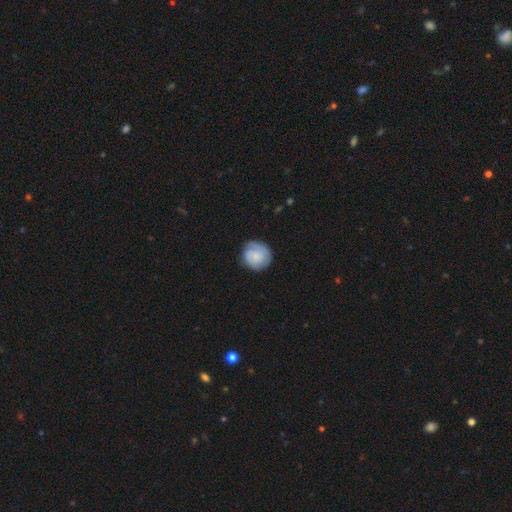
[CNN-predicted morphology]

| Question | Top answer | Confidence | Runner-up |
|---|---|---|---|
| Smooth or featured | featured or disk | 51% | smooth (43%) |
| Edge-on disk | no | 98% | yes (2%) |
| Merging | none | 73% | minor disturbance (19%) |